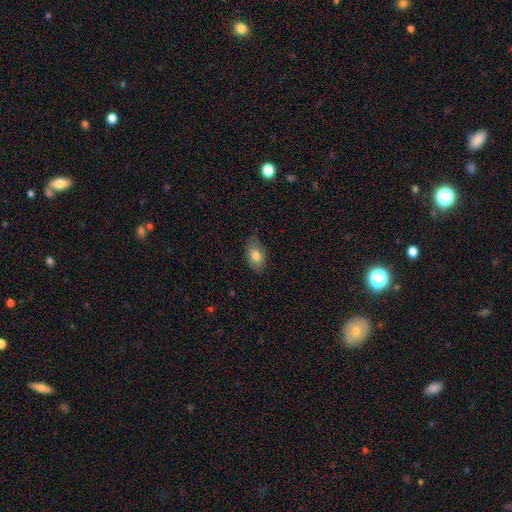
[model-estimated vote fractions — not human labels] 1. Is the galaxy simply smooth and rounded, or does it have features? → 77% smooth, 15% featured or disk, 8% star or artifact.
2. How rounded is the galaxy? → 90% in between, 8% round, 2% cigar-shaped.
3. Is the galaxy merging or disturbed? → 75% none, 20% minor disturbance, 3% major disturbance, 1% merger.